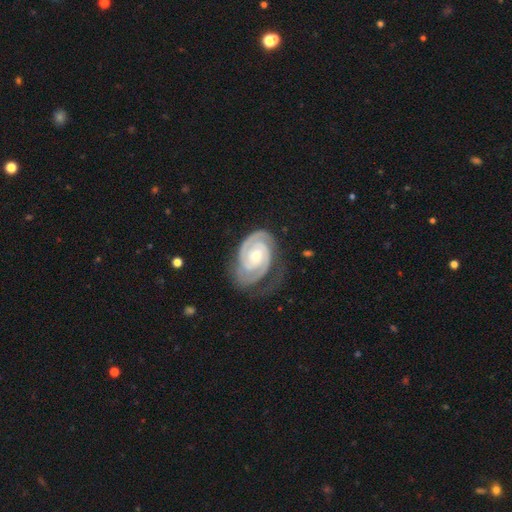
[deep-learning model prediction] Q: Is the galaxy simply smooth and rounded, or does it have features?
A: featured or disk — 91%.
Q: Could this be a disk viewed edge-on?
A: no — 98%.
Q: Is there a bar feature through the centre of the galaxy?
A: no — 58%.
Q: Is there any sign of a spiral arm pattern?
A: yes — 98%.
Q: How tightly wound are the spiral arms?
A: tight — 72%.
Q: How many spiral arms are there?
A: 2 — 81%.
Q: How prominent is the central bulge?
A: moderate — 51%.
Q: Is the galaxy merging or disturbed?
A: none — 64%.